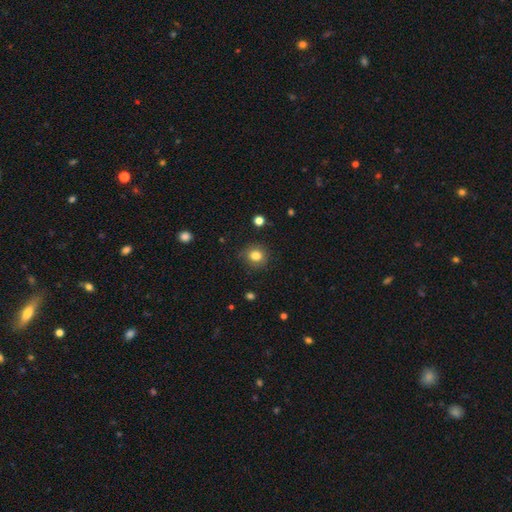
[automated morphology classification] type=smooth (82%); roundness=round (83%); merging=none (85%).